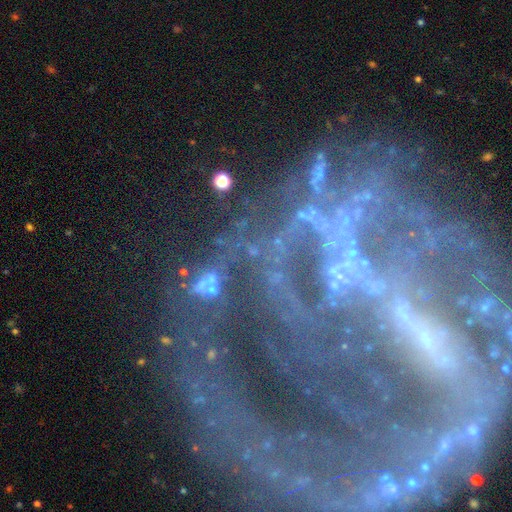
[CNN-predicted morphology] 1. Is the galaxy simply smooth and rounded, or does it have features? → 74% featured or disk, 18% star or artifact, 8% smooth.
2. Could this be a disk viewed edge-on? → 96% no, 4% yes.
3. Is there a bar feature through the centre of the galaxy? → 42% strong, 29% no, 29% weak.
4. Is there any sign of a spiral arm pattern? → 71% yes, 29% no.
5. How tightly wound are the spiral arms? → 39% tight, 36% medium, 26% loose.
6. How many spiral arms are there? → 33% can't tell, 27% 2, 12% 3, 10% 1, 9% 4, 9% more than 4.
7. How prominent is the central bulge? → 39% small, 37% none, 18% moderate, 4% large, 3% dominant.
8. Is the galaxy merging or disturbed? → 49% none, 28% major disturbance, 17% minor disturbance, 6% merger.